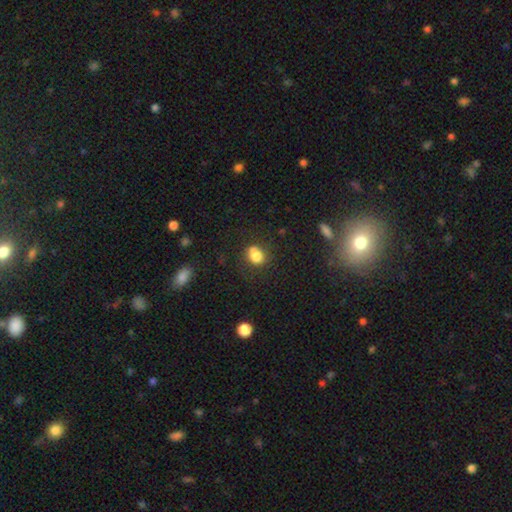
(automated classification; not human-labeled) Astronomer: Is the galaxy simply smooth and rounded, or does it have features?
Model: smooth — 78%.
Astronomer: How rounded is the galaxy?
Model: round — 50% (runner-up: in between, 48%).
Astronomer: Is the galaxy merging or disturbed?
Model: none — 49%.